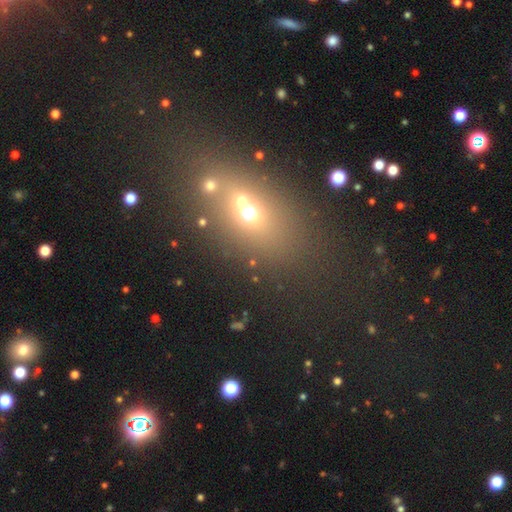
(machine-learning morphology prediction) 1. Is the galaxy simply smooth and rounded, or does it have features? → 47% smooth, 34% star or artifact, 20% featured or disk.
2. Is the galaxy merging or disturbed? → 58% none, 22% merger, 12% minor disturbance, 8% major disturbance.